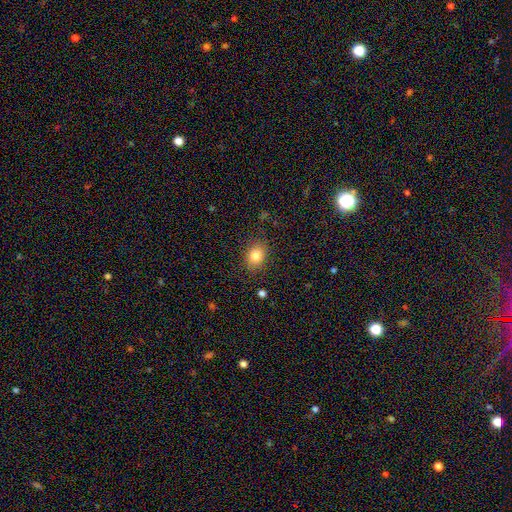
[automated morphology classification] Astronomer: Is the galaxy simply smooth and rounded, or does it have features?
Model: smooth — 82%.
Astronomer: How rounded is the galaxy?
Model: in between — 51% (runner-up: round, 48%).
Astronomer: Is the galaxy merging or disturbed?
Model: none — 84%.